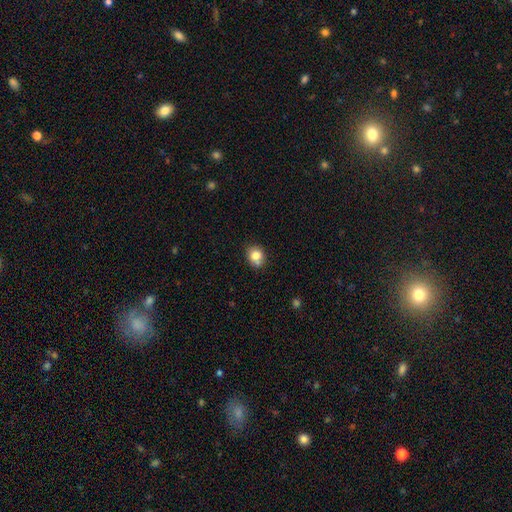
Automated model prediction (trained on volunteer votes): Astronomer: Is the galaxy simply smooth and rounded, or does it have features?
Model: smooth — 80%.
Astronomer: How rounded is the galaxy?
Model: round — 67%.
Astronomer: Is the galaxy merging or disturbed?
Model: none — 70%.